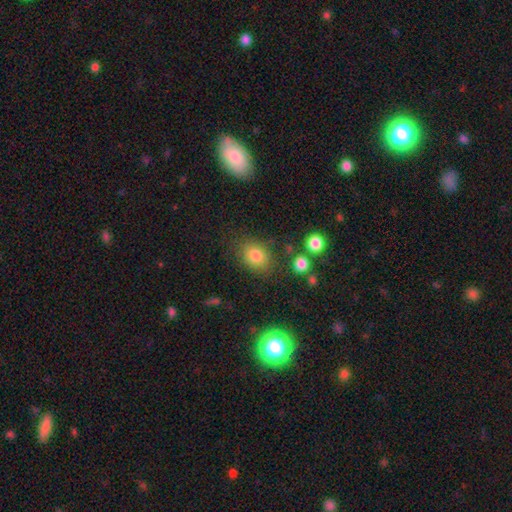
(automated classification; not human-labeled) Smooth or featured? Predicted: smooth (p=0.81). How rounded? Predicted: in between (p=0.50). Merging? Predicted: none (p=0.76).